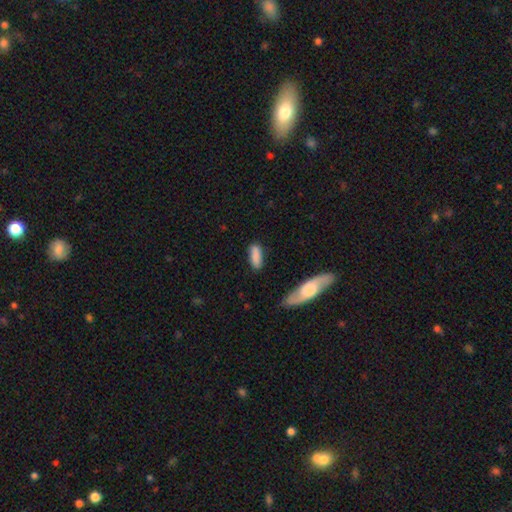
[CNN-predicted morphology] Smooth or featured? Predicted: smooth (p=0.85). How rounded? Predicted: in between (p=0.66). Merging? Predicted: none (p=0.80).